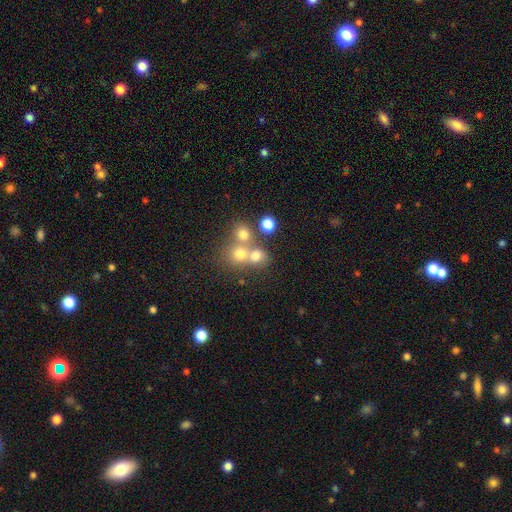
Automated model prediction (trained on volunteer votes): Smooth or featured? smooth (68%)
How rounded? round (75%)
Merging? merger (45%)